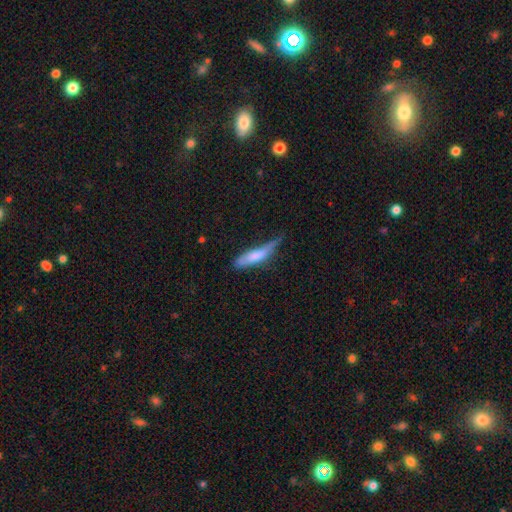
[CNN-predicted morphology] This appears to be a smooth galaxy with no disk features (71%) that is cigar-shaped (78%). Merging: minor disturbance (42%).